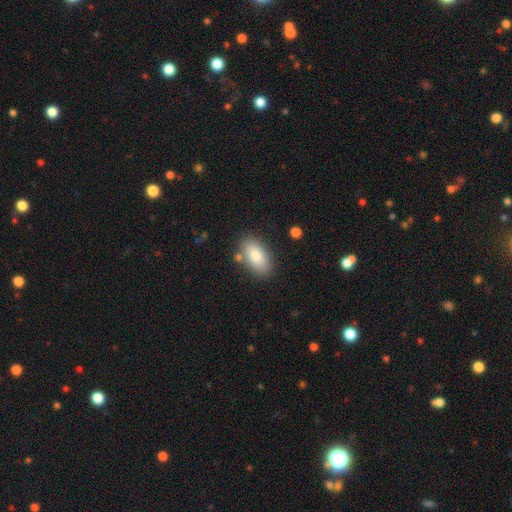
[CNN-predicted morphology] type=smooth (84%); roundness=in between (93%); merging=none (79%).